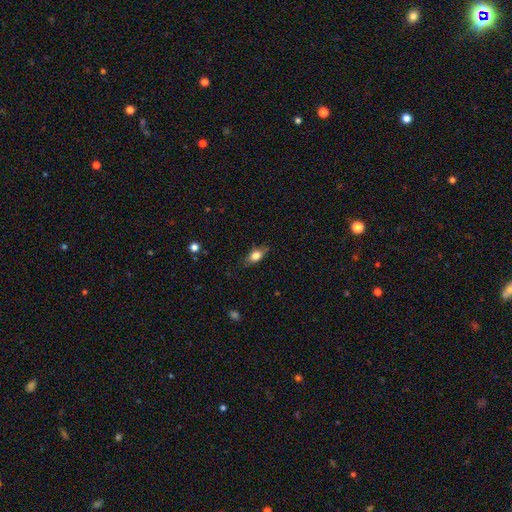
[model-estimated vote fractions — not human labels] Smooth or featured?
  - smooth: 76% *
  - featured or disk: 16%
  - star or artifact: 8%
How rounded?
  - in between: 78% *
  - cigar-shaped: 12%
  - round: 10%
Merging?
  - none: 77% *
  - minor disturbance: 18%
  - major disturbance: 4%
  - merger: 1%